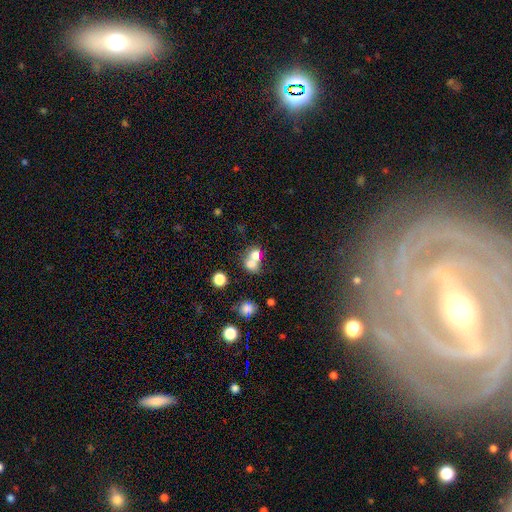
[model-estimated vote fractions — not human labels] Smooth or featured? Predicted: smooth (p=0.70). How rounded? Predicted: round (p=0.61). Merging? Predicted: merger (p=0.62).